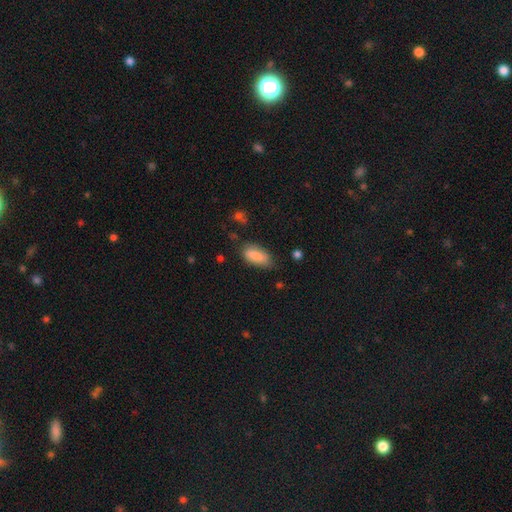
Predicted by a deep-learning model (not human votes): smooth-or-featured: smooth: 85% | featured or disk: 8% | star or artifact: 7%
  how-rounded: in between: 85% | cigar-shaped: 13% | round: 2%
  merging: none: 71% | minor disturbance: 22% | major disturbance: 5% | merger: 2%